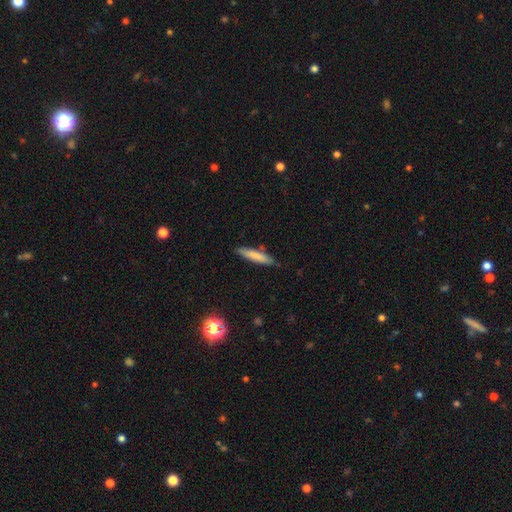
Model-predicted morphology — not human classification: This is likely a smooth galaxy (78%). How rounded: clearly cigar-shaped (85%). Merging: clearly none (80%).